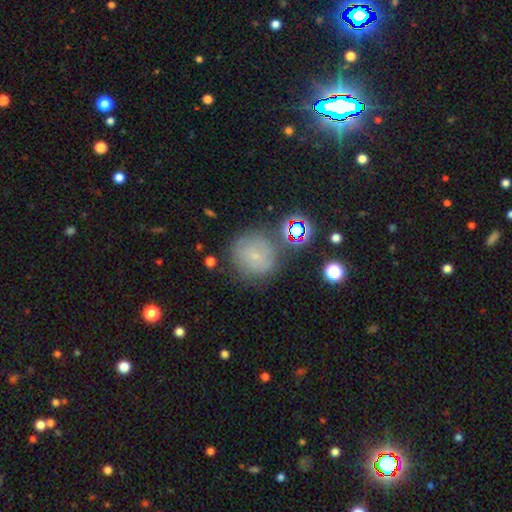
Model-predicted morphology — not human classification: Smooth or featured? Predicted: smooth (p=0.55). How rounded? Predicted: round (p=0.90). Merging? Predicted: none (p=0.68).